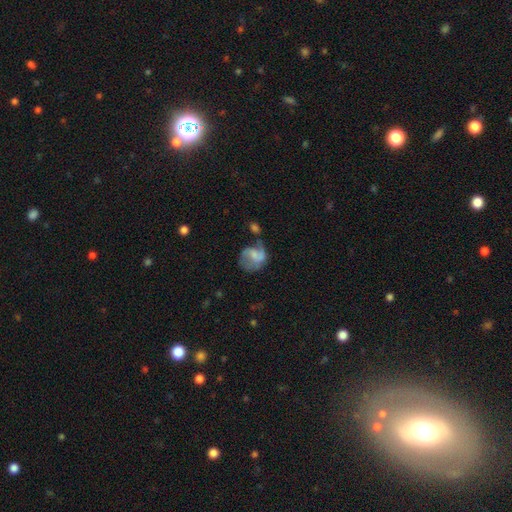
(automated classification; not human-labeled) smooth-or-featured: featured or disk: 54% | smooth: 37% | star or artifact: 9%
  disk-edge-on: no: 98% | yes: 2%
    bar: no: 51% | weak: 39% | strong: 10%
    has-spiral-arms: yes: 73% | no: 27%
    bulge-size: none: 36% | small: 32% | moderate: 24% | large: 6% | dominant: 2%
  merging: none: 34% | major disturbance: 30% | minor disturbance: 24% | merger: 11%